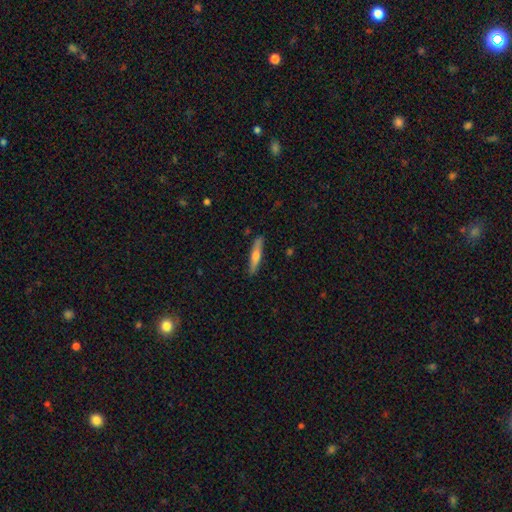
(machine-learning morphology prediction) type=smooth (52%); roundness=cigar-shaped (91%); merging=none (89%).